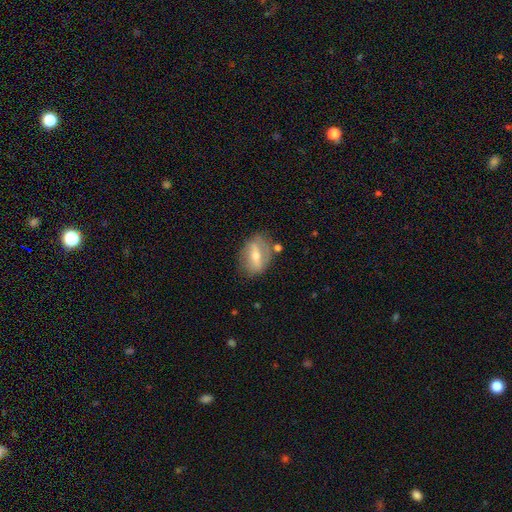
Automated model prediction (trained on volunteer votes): A featured or disk galaxy (57%).

Vote fractions:
- Smooth or featured? featured or disk: 57% / smooth: 35% / star or artifact: 7%
- Edge-on disk? no: 83% / yes: 17%
- Merging? none: 69% / minor disturbance: 19% / major disturbance: 7% / merger: 5%